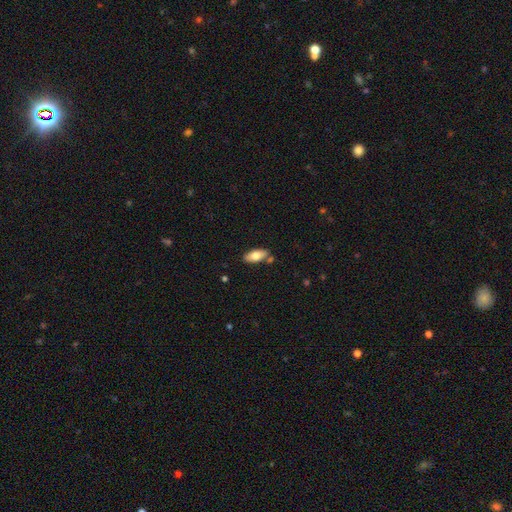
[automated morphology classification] Smooth or featured? smooth (74%)
How rounded? in between (85%)
Merging? none (78%)